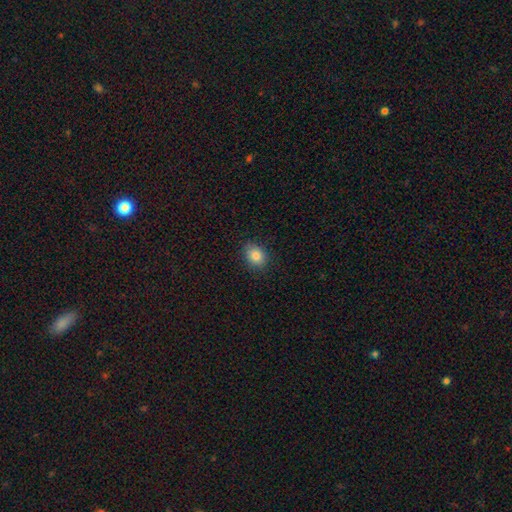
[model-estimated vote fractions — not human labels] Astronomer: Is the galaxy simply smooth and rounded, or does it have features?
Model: smooth — 84%.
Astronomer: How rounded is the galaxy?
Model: in between — 54% (runner-up: round, 45%).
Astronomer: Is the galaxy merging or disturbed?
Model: none — 86%.